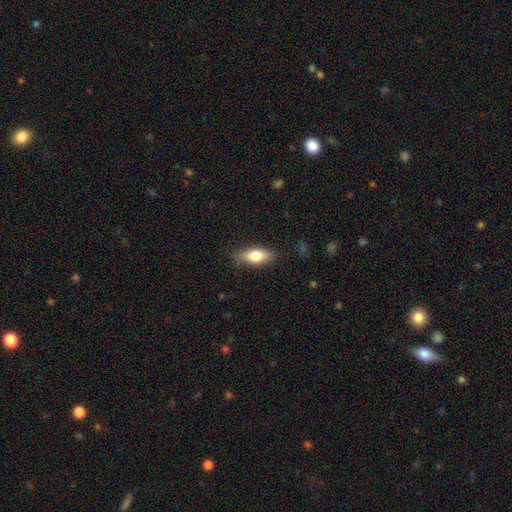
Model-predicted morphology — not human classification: Q: Smooth or featured?
A: smooth (72%); runner-up: featured or disk (21%)
Q: How rounded?
A: in between (79%); runner-up: cigar-shaped (16%)
Q: Merging?
A: none (80%); runner-up: minor disturbance (16%)